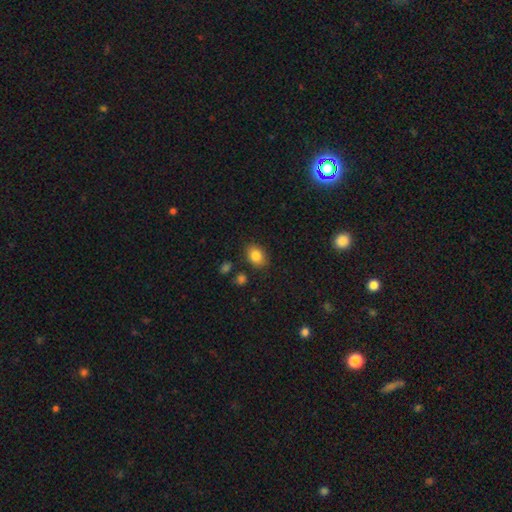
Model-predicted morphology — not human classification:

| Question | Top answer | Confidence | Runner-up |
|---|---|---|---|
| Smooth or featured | smooth | 84% | star or artifact (9%) |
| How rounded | in between | 72% | round (27%) |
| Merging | none | 84% | minor disturbance (11%) |